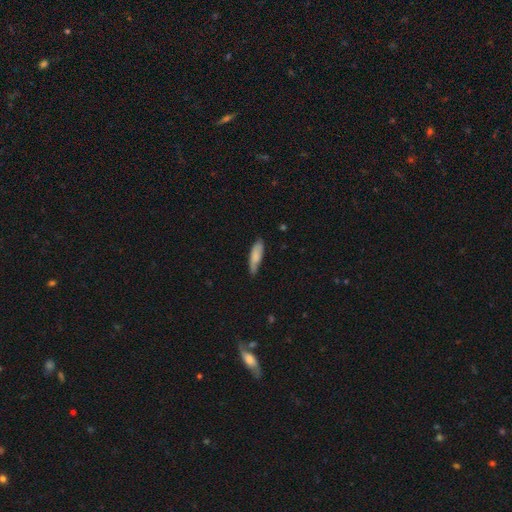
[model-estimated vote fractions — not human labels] Smooth or featured? Predicted: smooth (p=0.77). How rounded? Predicted: cigar-shaped (p=0.56). Merging? Predicted: none (p=0.68).